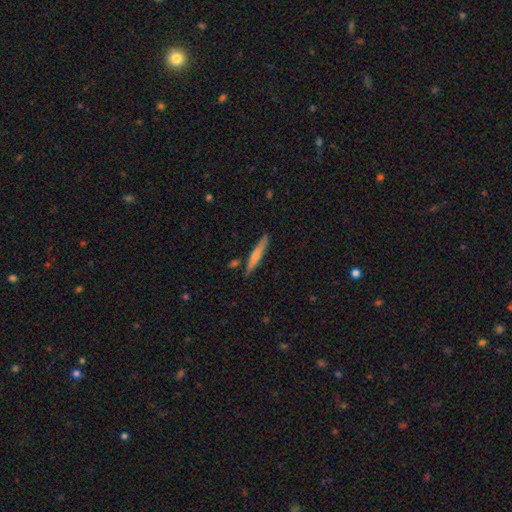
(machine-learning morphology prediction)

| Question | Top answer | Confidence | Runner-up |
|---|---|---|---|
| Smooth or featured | smooth | 62% | featured or disk (32%) |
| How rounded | cigar-shaped | 94% | in between (5%) |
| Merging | none | 84% | minor disturbance (11%) |